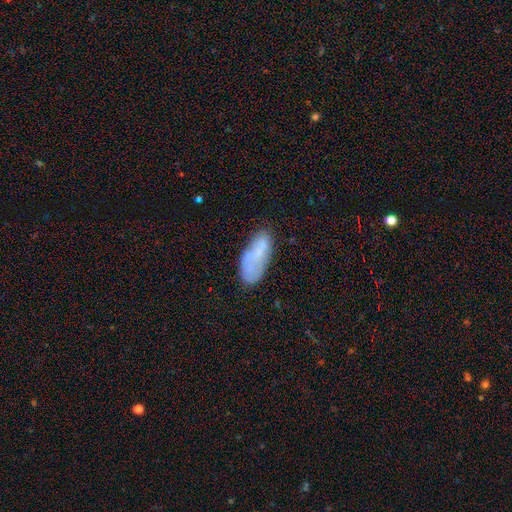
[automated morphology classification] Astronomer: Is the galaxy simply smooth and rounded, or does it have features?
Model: smooth — 58%.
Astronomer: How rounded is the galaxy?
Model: in between — 83%.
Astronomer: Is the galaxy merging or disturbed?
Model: none — 50% (runner-up: minor disturbance, 27%).